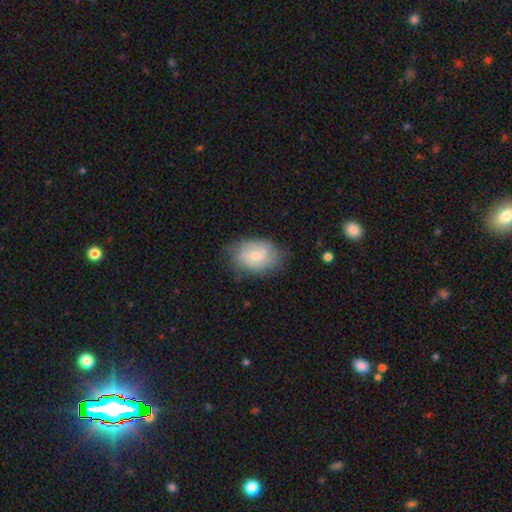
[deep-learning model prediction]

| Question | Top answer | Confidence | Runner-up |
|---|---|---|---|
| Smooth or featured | featured or disk | 53% | smooth (41%) |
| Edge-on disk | no | 96% | yes (4%) |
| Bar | no | 52% | weak (42%) |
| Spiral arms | yes | 82% | no (18%) |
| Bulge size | small | 51% | moderate (43%) |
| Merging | none | 72% | minor disturbance (21%) |